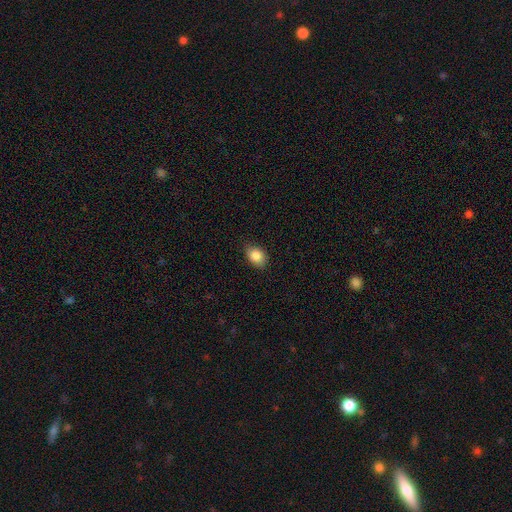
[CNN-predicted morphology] This appears to be a smooth galaxy with no disk features (87%) that is in between round and cigar-shaped (79%). Merging: none (82%).